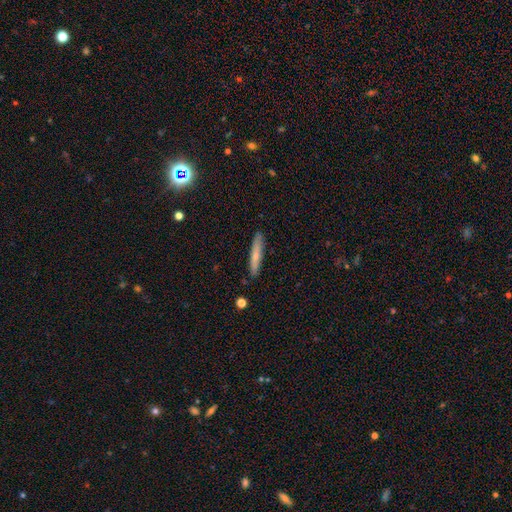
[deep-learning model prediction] Smooth or featured? smooth (65%)
How rounded? cigar-shaped (93%)
Merging? none (89%)